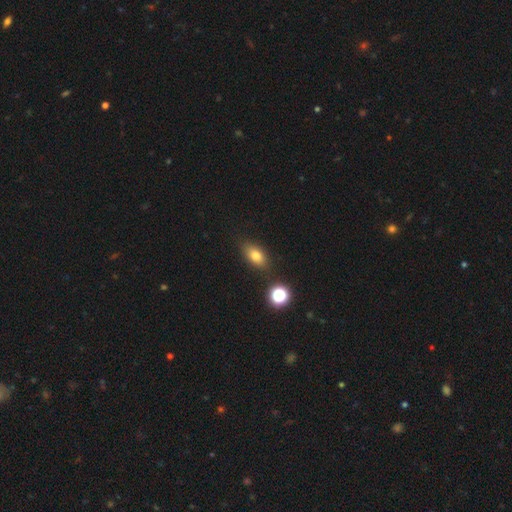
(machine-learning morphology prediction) Smooth or featured? Predicted: smooth (p=0.77). How rounded? Predicted: in between (p=0.80). Merging? Predicted: none (p=0.81).